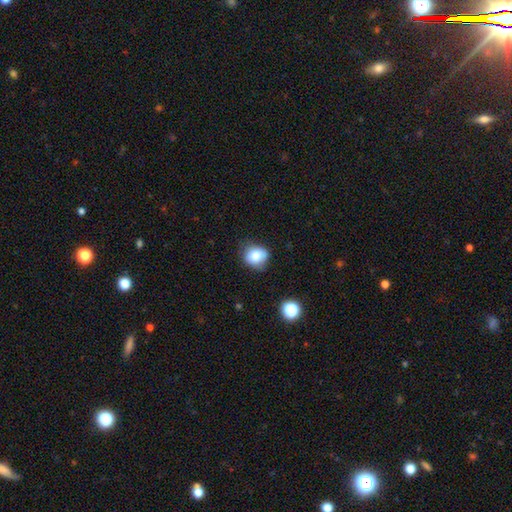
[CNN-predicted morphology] type=smooth (78%); roundness=round (71%); merging=none (69%).